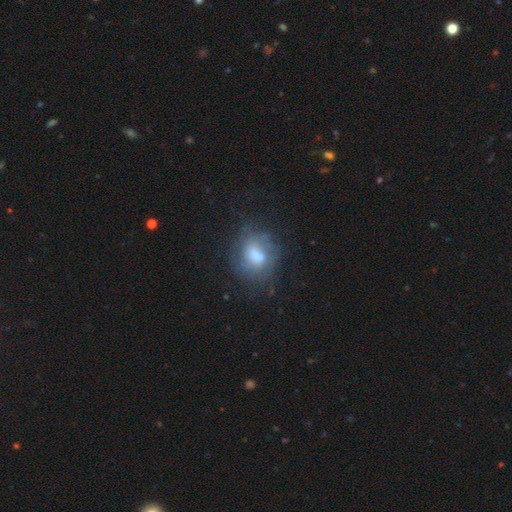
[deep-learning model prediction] Smooth or featured? smooth (51%)
How rounded? in between (50%)
Merging? none (68%)